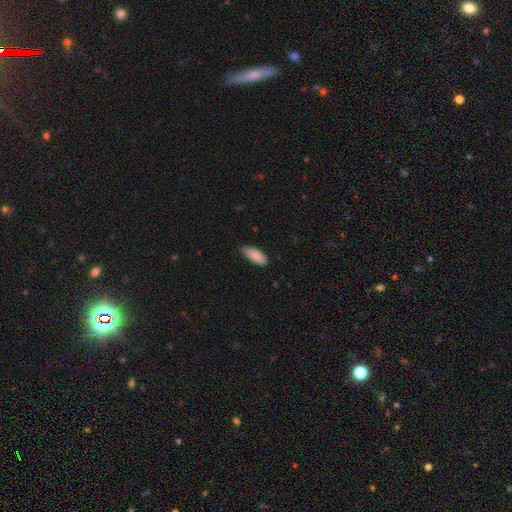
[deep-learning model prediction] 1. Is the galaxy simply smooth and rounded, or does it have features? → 85% smooth, 9% featured or disk, 6% star or artifact.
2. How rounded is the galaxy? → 87% in between, 12% cigar-shaped, 2% round.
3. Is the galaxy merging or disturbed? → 69% none, 27% minor disturbance, 3% major disturbance, 1% merger.